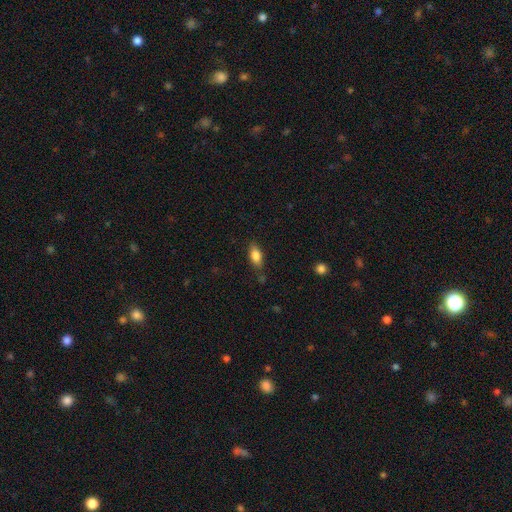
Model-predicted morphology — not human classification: type=smooth (80%); roundness=in between (82%); merging=none (77%).